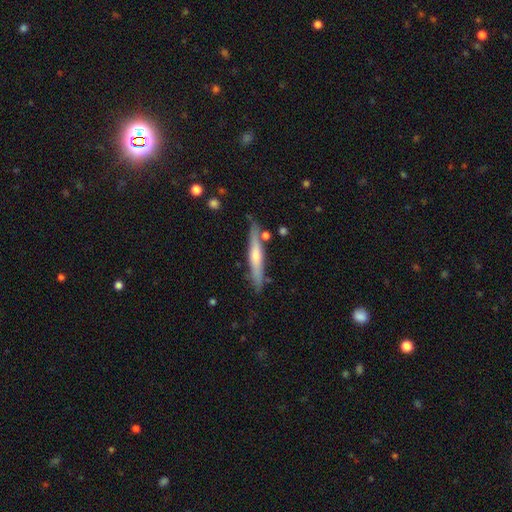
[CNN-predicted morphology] Smooth or featured: featured or disk — 56% (smooth — 38%)
Edge-on disk: yes — 94% (no — 6%)
Edge-on bulge: rounded — 74% (none — 21%)
Merging: none — 82% (minor disturbance — 12%)